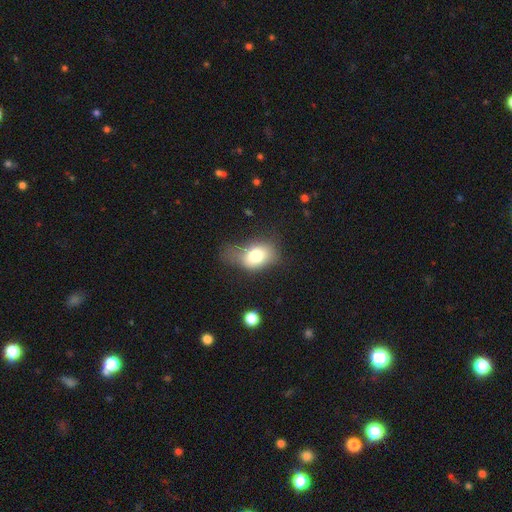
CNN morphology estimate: smooth-or-featured: smooth: 75% | featured or disk: 15% | star or artifact: 9%
  how-rounded: in between: 79% | round: 20% | cigar-shaped: 2%
  merging: minor disturbance: 35% | none: 33% | major disturbance: 28% | merger: 4%